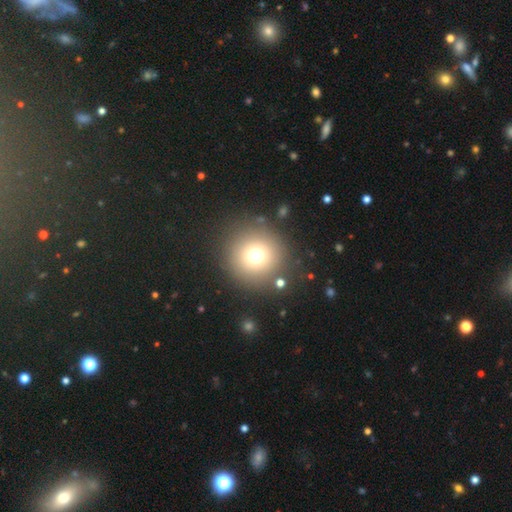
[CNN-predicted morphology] This appears to be a smooth galaxy with no disk features (71%) that is round (95%). Merging: none (85%).